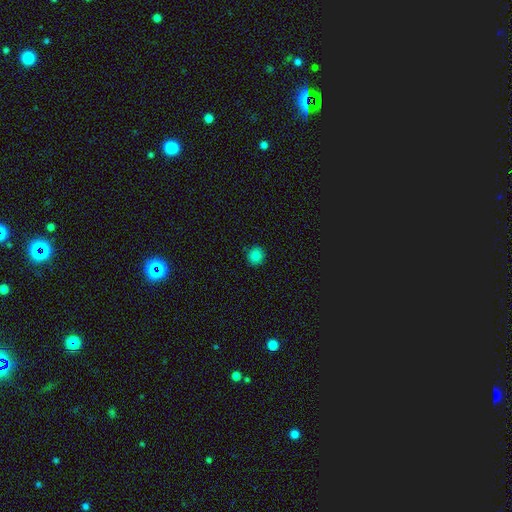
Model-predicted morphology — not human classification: This appears to be a smooth galaxy with no disk features (83%) that is round (92%). Merging: none (91%).